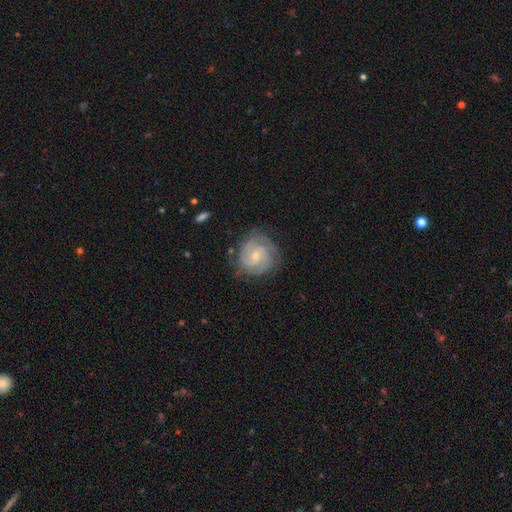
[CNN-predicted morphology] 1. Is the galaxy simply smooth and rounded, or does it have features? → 83% featured or disk, 11% smooth, 5% star or artifact.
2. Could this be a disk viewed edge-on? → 98% no, 2% yes.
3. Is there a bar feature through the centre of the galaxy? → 56% no, 38% weak, 6% strong.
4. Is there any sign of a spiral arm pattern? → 96% yes, 4% no.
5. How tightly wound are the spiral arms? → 65% tight, 29% medium, 5% loose.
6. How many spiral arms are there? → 34% 2, 29% 3, 20% can't tell, 8% 4, 4% 1, 4% more than 4.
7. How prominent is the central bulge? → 66% small, 30% moderate, 2% none, 1% large, 1% dominant.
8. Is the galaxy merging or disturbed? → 77% none, 17% minor disturbance, 5% major disturbance, 1% merger.